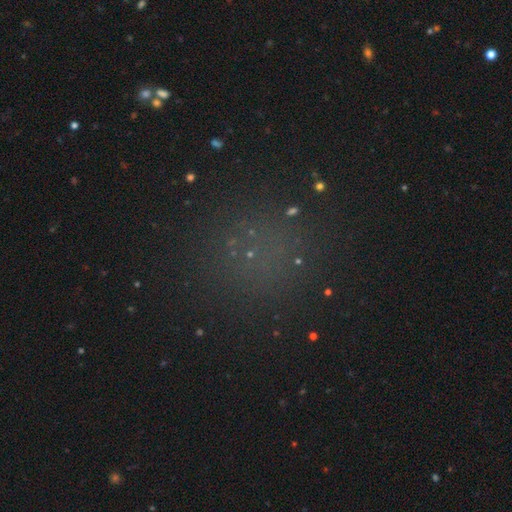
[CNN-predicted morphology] Smooth or featured? smooth (45%, tied with star or artifact)
Merging? none (83%)